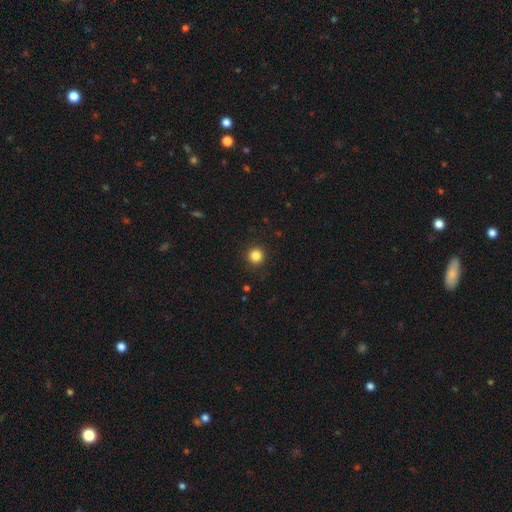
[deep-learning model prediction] Smooth or featured: smooth — 84% (star or artifact — 12%)
How rounded: round — 96% (in between — 3%)
Merging: none — 92% (minor disturbance — 5%)